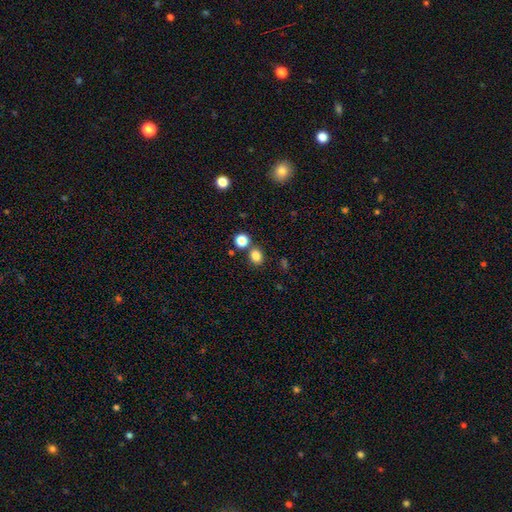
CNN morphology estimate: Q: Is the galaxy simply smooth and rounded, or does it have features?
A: smooth — 82%.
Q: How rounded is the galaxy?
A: round — 66%.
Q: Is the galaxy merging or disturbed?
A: none — 74%.